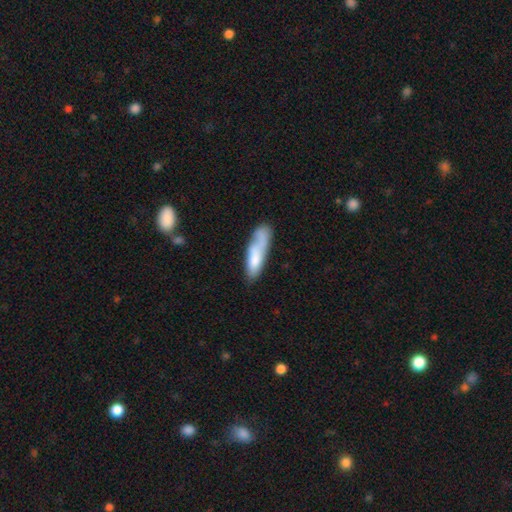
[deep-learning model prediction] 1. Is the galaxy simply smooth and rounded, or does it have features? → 71% smooth, 23% featured or disk, 6% star or artifact.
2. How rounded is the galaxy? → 63% cigar-shaped, 35% in between, 2% round.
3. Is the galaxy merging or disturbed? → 48% none, 26% minor disturbance, 14% merger, 12% major disturbance.